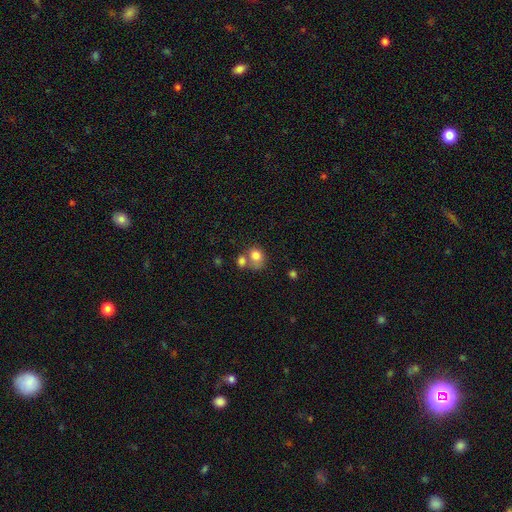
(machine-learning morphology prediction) Smooth or featured? smooth (79%)
How rounded? round (62%)
Merging? merger (44%)